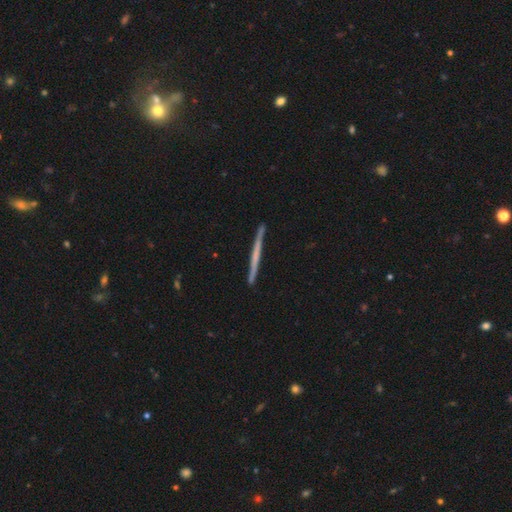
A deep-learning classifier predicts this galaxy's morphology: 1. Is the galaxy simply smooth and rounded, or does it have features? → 60% featured or disk, 35% smooth, 5% star or artifact.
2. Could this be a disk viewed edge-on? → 98% yes, 2% no.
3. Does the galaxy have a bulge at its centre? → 81% none, 13% rounded, 6% boxy.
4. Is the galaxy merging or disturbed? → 91% none, 6% minor disturbance, 1% merger, 1% major disturbance.